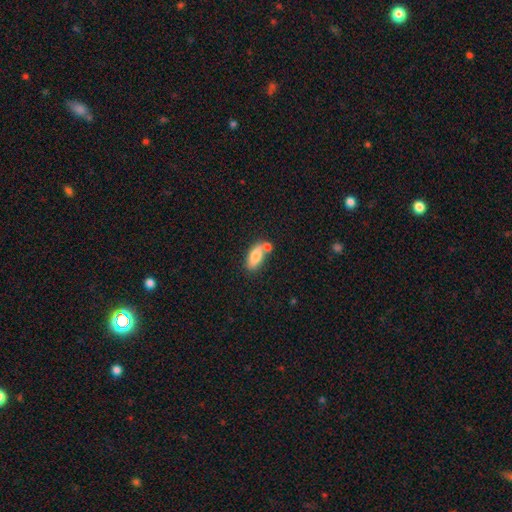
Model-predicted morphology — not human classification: Overall: smooth (78%). How rounded: in between (80%). Merging: none (51%; merger 30%).